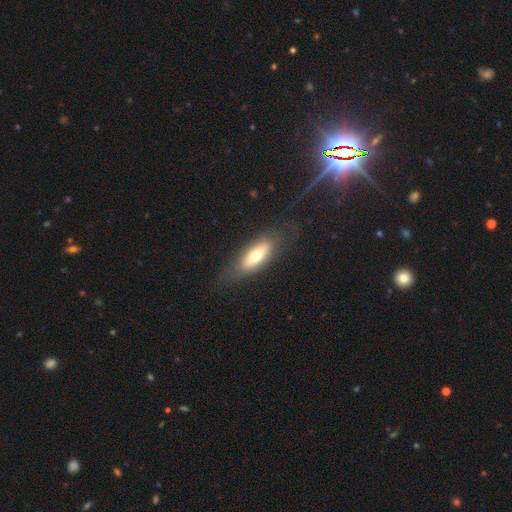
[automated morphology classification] This is possibly a smooth galaxy (57%). How rounded: likely in between (66%). Merging: likely none (71%).